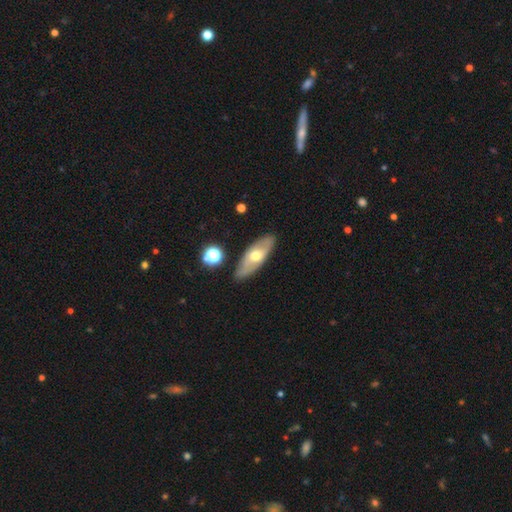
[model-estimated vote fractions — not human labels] Q: Smooth or featured?
A: featured or disk (49%); runner-up: smooth (45%)
Q: Merging?
A: none (84%); runner-up: minor disturbance (12%)